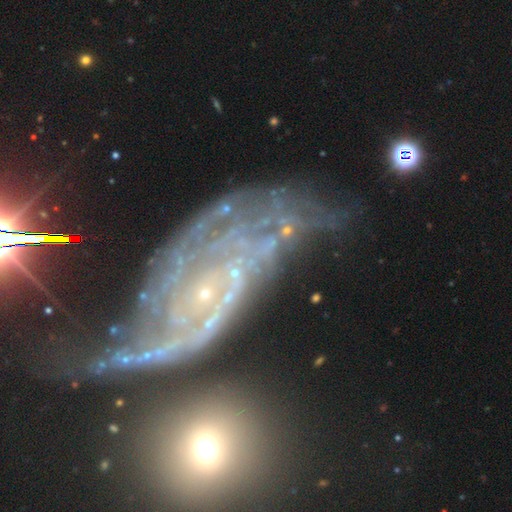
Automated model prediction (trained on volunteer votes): A featured or disk galaxy (82%) with no bar (74%), 2 (34%) tight (48%) spiral arms (89%) and a small central bulge (81%).

Vote fractions:
- Smooth or featured? featured or disk: 82% / star or artifact: 10% / smooth: 8%
- Edge-on disk? no: 95% / yes: 5%
- Bar? no: 74% / weak: 18% / strong: 8%
- Spiral arms? yes: 89% / no: 11%
- Spiral winding? tight: 48% / medium: 33% / loose: 19%
- Spiral arm count? 2: 34% / can't tell: 27% / 3: 13% / 4: 9% / 1: 9% / more than 4: 8%
- Bulge size? small: 81% / none: 9% / moderate: 7% / large: 2% / dominant: 1%
- Merging? none: 40% / major disturbance: 24% / minor disturbance: 22% / merger: 15%